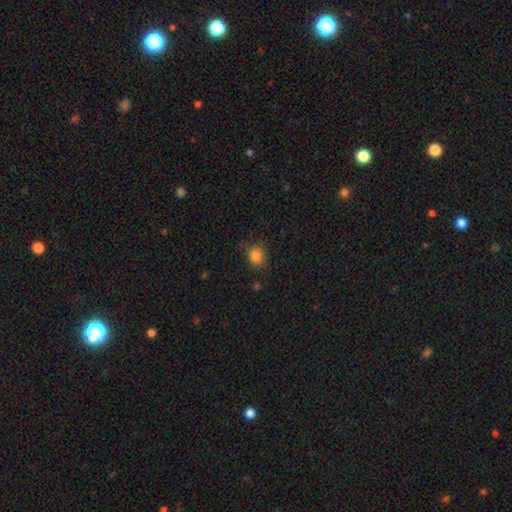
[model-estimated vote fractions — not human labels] The model was most divided on "how rounded": round: 66%, in between: 33%, cigar-shaped: 1%. More confident: smooth or featured — smooth (83%); merging — none (78%).